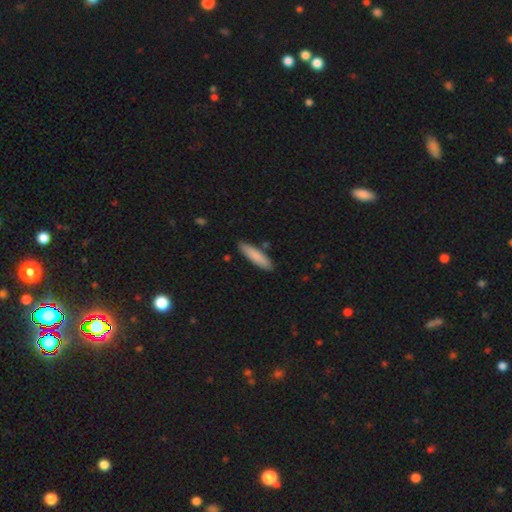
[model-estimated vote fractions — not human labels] smooth-or-featured: smooth: 83% | featured or disk: 11% | star or artifact: 6%
  how-rounded: cigar-shaped: 75% | in between: 23% | round: 1%
  merging: none: 85% | minor disturbance: 10% | merger: 3% | major disturbance: 2%